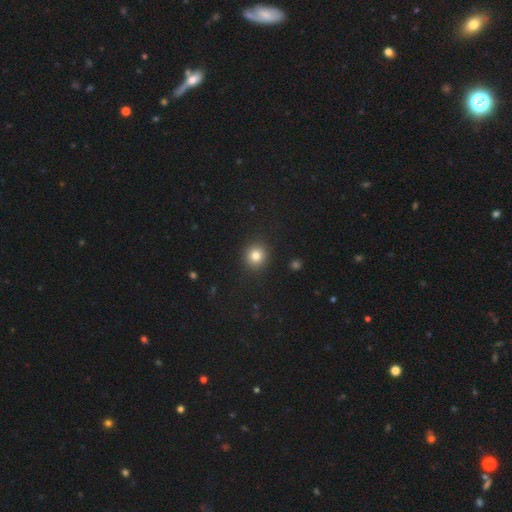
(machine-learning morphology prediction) type=smooth (82%); roundness=round (90%); merging=none (91%).